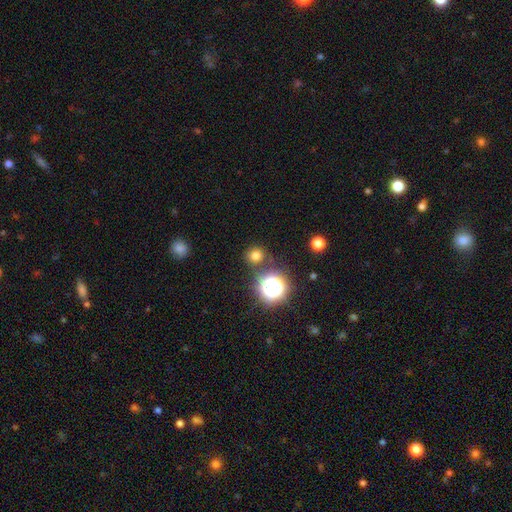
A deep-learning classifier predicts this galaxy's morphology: Smooth or featured: smooth — 71% (star or artifact — 23%)
How rounded: round — 90% (in between — 9%)
Merging: none — 84% (minor disturbance — 7%)